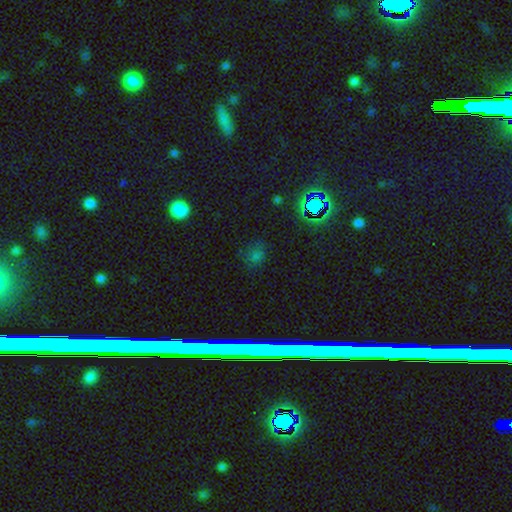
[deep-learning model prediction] The model was most divided on "smooth or featured": smooth: 51%, star or artifact: 40%, featured or disk: 9%. More confident: merging — none (77%); how rounded — round (71%).